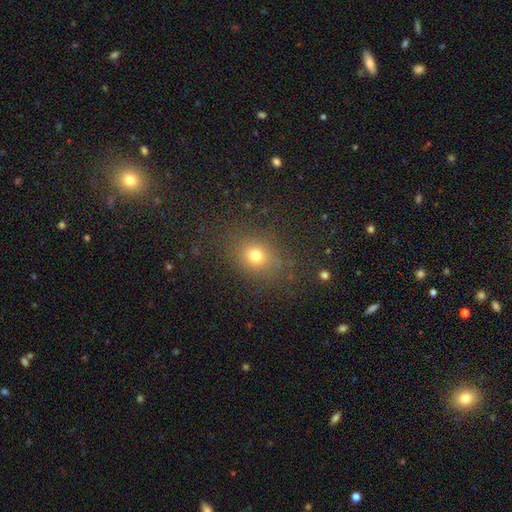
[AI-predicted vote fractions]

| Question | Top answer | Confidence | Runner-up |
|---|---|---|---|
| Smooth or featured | smooth | 72% | star or artifact (18%) |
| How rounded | round | 62% | in between (37%) |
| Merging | none | 81% | minor disturbance (11%) |